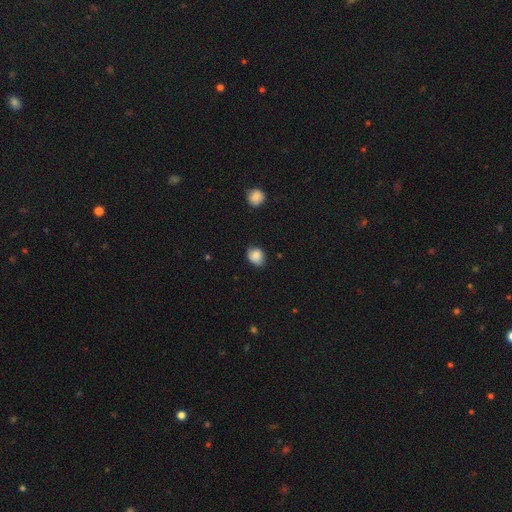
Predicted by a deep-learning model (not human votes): This is clearly a smooth galaxy (83%). How rounded: possibly round (51%). Merging: likely none (73%).